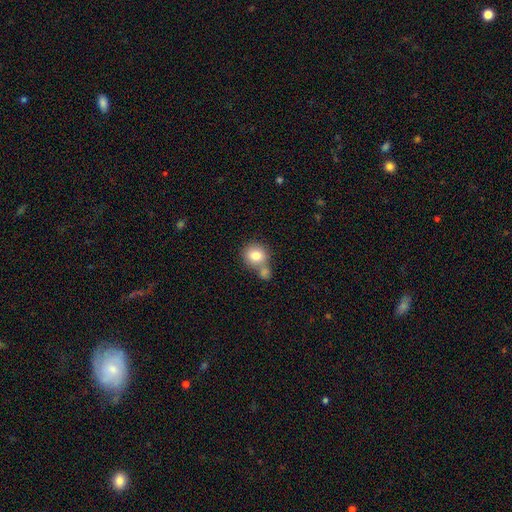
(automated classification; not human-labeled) Smooth or featured: smooth — 81% (featured or disk — 10%)
How rounded: round — 80% (in between — 19%)
Merging: none — 49% (merger — 37%)